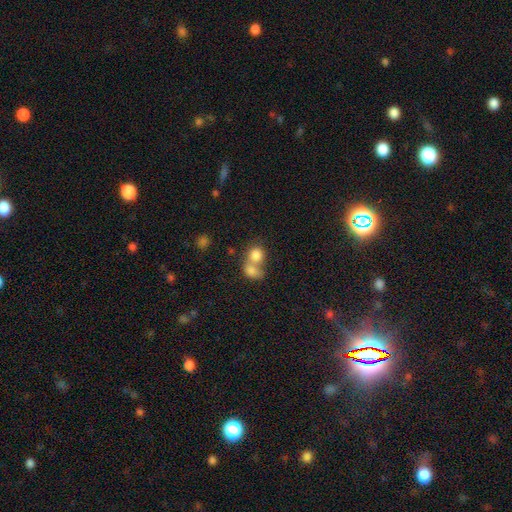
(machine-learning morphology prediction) smooth_or_featured: smooth (p=0.80) [alt: featured or disk p=0.11]
how_rounded: round (p=0.64) [alt: in between p=0.35]
merging: merger (p=0.67) [alt: none p=0.23]